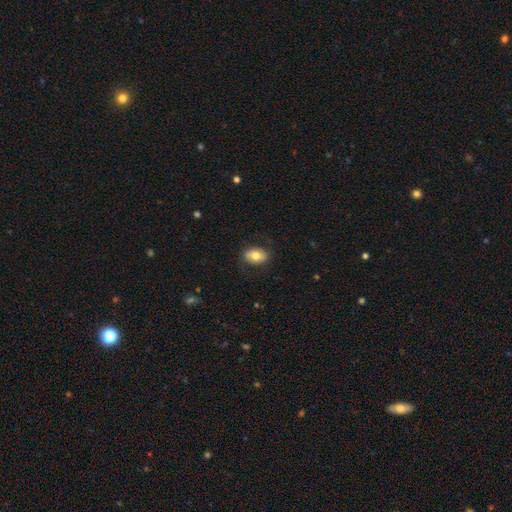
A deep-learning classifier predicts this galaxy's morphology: Overall: smooth (75%). How rounded: in between (81%). Merging: none (82%).